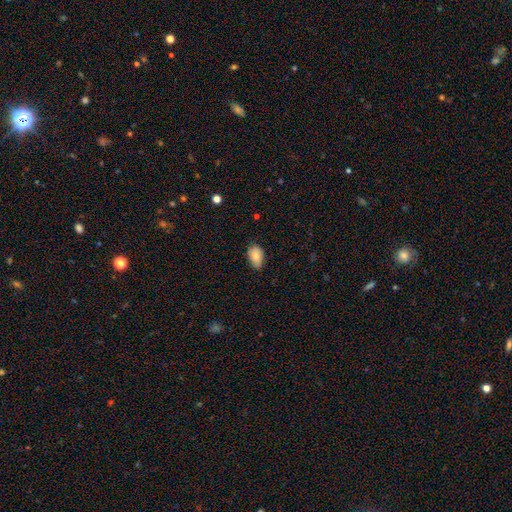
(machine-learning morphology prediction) Smooth or featured?
  - smooth: 84% *
  - featured or disk: 9%
  - star or artifact: 7%
How rounded?
  - in between: 90% *
  - round: 8%
  - cigar-shaped: 1%
Merging?
  - none: 71% *
  - minor disturbance: 25%
  - major disturbance: 3%
  - merger: 1%